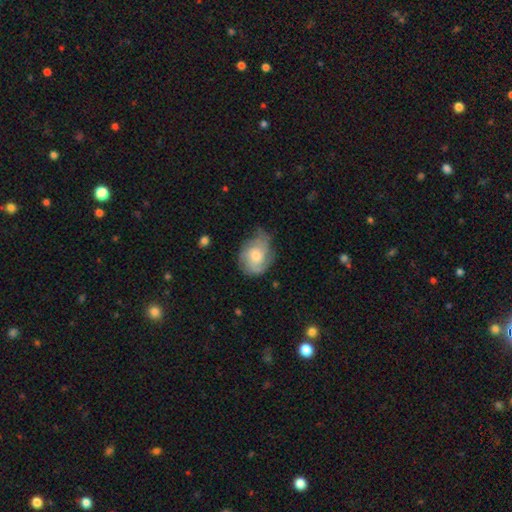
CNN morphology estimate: Smooth or featured: featured or disk — 67% (smooth — 27%)
Edge-on disk: no — 97% (yes — 3%)
Bar: no — 73% (weak — 24%)
Spiral arms: yes — 90% (no — 10%)
Spiral winding: tight — 53% (medium — 36%)
Spiral arm count: can't tell — 31% (3 — 29%)
Bulge size: moderate — 59% (small — 22%)
Merging: none — 62% (minor disturbance — 26%)